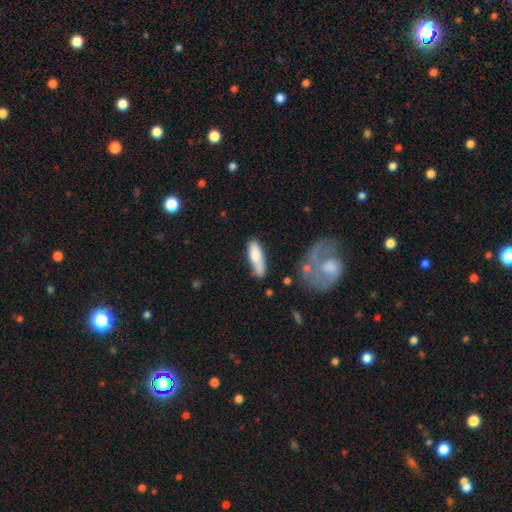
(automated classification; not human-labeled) Smooth or featured? smooth (76%)
How rounded? cigar-shaped (57%)
Merging? none (61%)